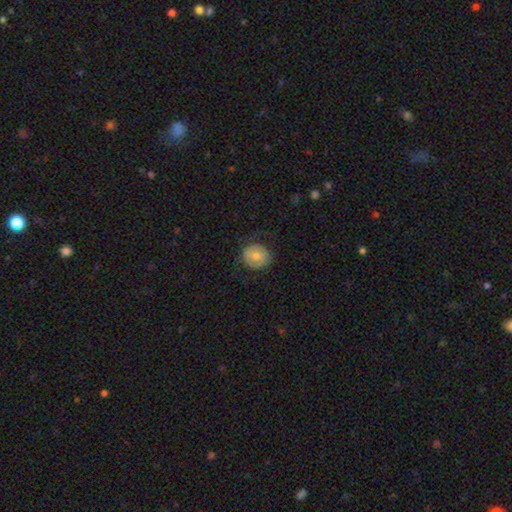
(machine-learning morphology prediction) Smooth or featured? Predicted: smooth (p=0.70). How rounded? Predicted: round (p=0.81). Merging? Predicted: none (p=0.73).